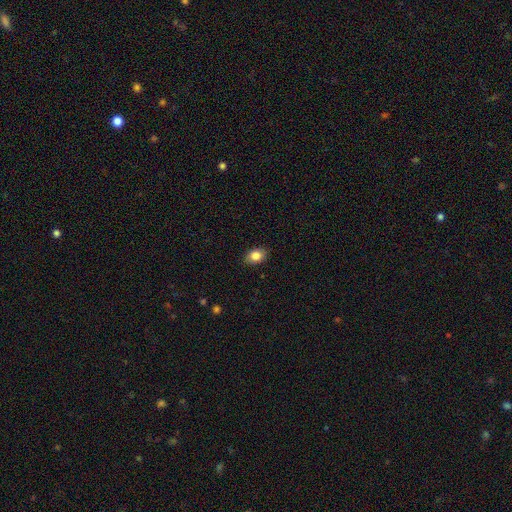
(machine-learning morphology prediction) Q: Smooth or featured?
A: smooth (84%); runner-up: star or artifact (8%)
Q: How rounded?
A: in between (81%); runner-up: round (18%)
Q: Merging?
A: none (88%); runner-up: minor disturbance (9%)